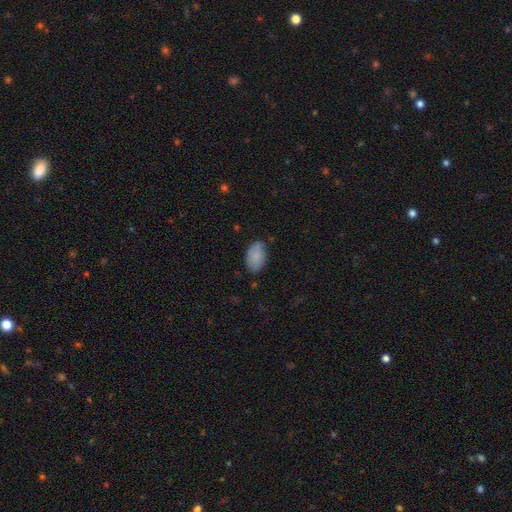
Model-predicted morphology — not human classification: Smooth or featured?
  - smooth: 84% *
  - featured or disk: 10%
  - star or artifact: 7%
How rounded?
  - in between: 92% *
  - round: 7%
  - cigar-shaped: 1%
Merging?
  - none: 72% *
  - minor disturbance: 22%
  - major disturbance: 4%
  - merger: 2%